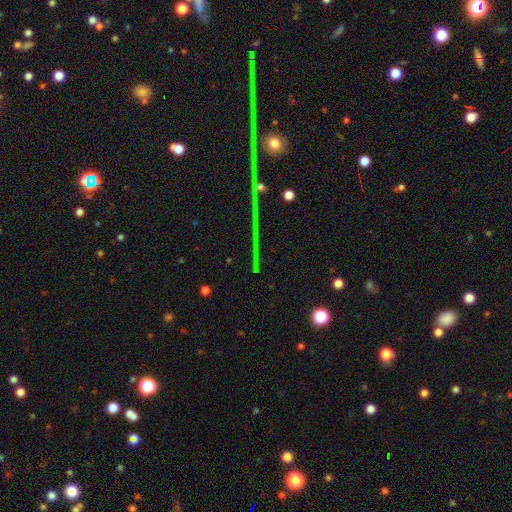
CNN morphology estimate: Q: Smooth or featured?
A: star or artifact (72%); runner-up: featured or disk (16%)